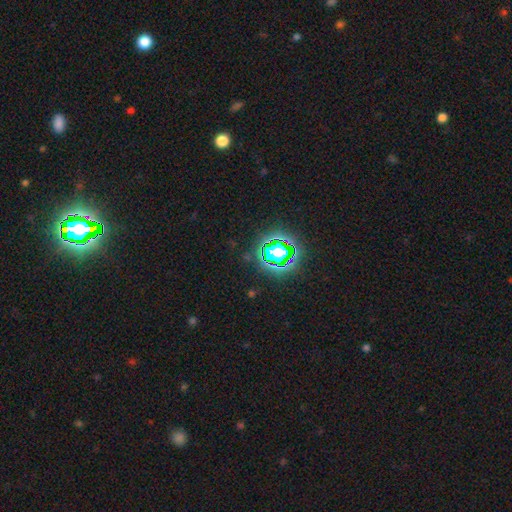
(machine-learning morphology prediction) Q: Smooth or featured?
A: star or artifact (82%); runner-up: smooth (12%)